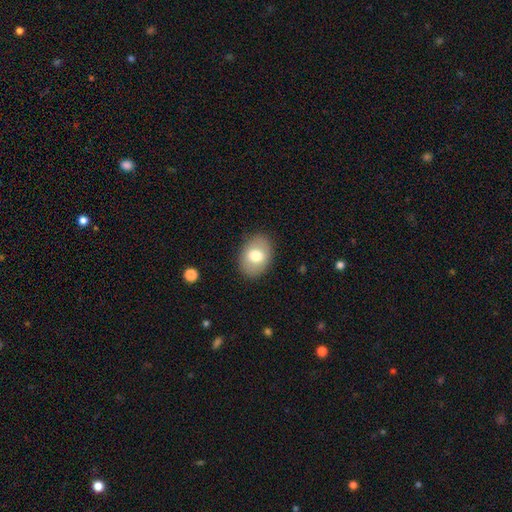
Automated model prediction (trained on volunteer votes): This appears to be a smooth galaxy with no disk features (74%) that is in between round and cigar-shaped (73%). Merging: none (86%).